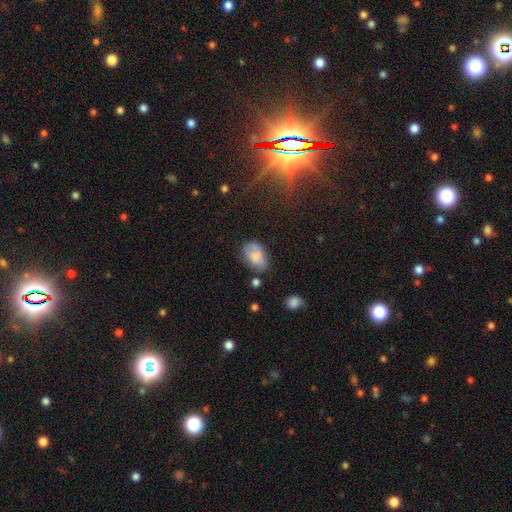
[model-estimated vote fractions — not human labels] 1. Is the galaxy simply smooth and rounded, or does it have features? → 72% smooth, 19% featured or disk, 9% star or artifact.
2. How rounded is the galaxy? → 87% in between, 11% round, 1% cigar-shaped.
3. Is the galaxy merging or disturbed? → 54% none, 27% minor disturbance, 10% merger, 9% major disturbance.